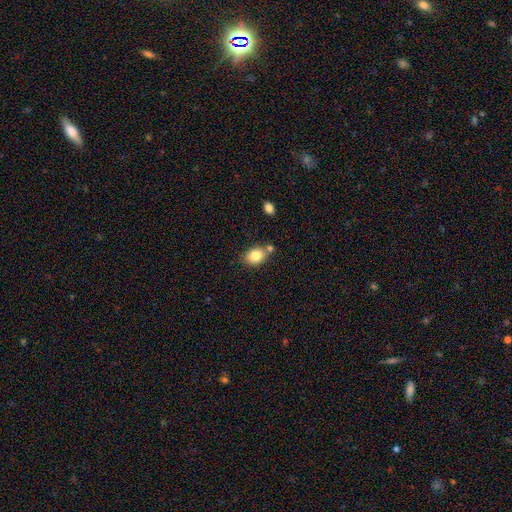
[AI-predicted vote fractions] Smooth or featured?
  - smooth: 81% *
  - featured or disk: 10%
  - star or artifact: 9%
How rounded?
  - in between: 71% *
  - round: 28%
  - cigar-shaped: 1%
Merging?
  - none: 65% *
  - merger: 17%
  - minor disturbance: 14%
  - major disturbance: 3%